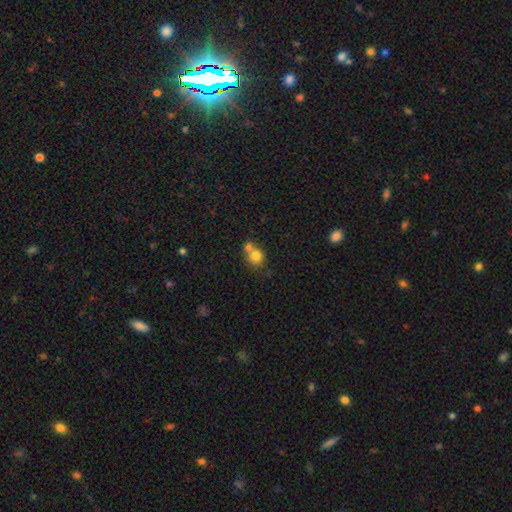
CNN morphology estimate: Smooth or featured: smooth — 78% (featured or disk — 12%)
How rounded: round — 82% (in between — 17%)
Merging: merger — 52% (none — 37%)